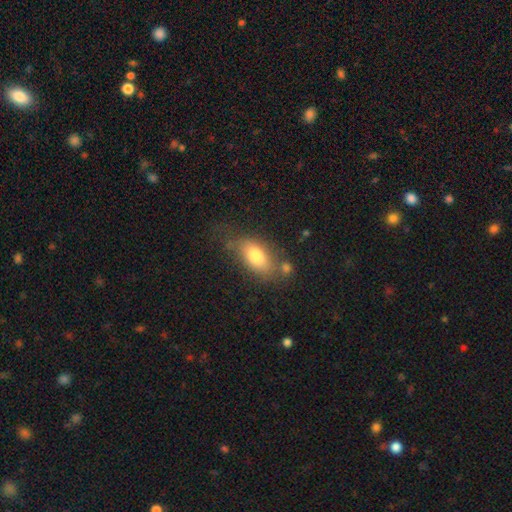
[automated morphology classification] smooth_or_featured: smooth (p=0.76) [alt: featured or disk p=0.16]
how_rounded: in between (p=0.88) [alt: cigar-shaped p=0.06]
merging: none (p=0.57) [alt: minor disturbance p=0.23]